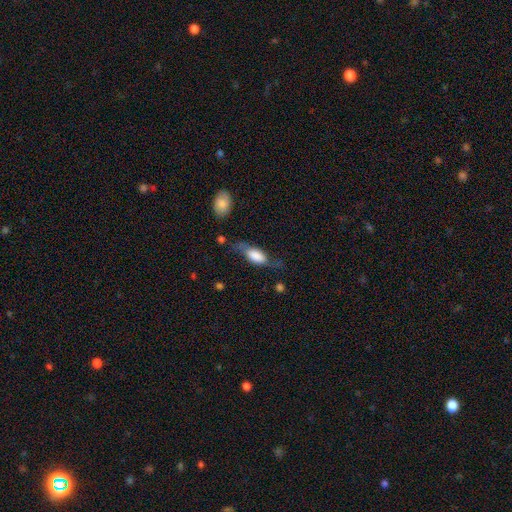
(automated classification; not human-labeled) Smooth or featured?
  - smooth: 64% *
  - featured or disk: 29%
  - star or artifact: 7%
How rounded?
  - in between: 79% *
  - cigar-shaped: 17%
  - round: 4%
Merging?
  - none: 45% *
  - minor disturbance: 29%
  - major disturbance: 21%
  - merger: 4%